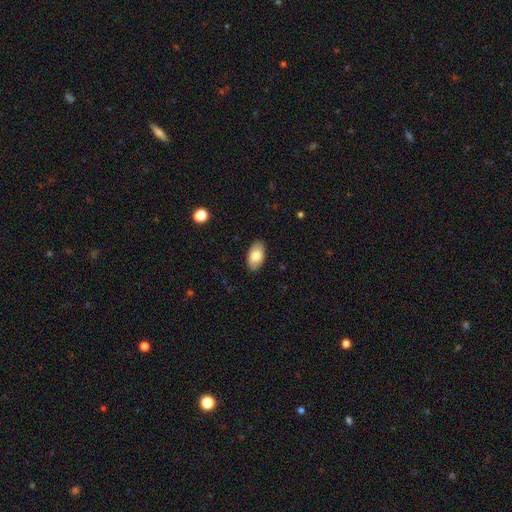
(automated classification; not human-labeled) smooth 82%, featured or disk 12%, star or artifact 6%. Down the decision tree: how rounded — in between (94%); merging — none (87%).